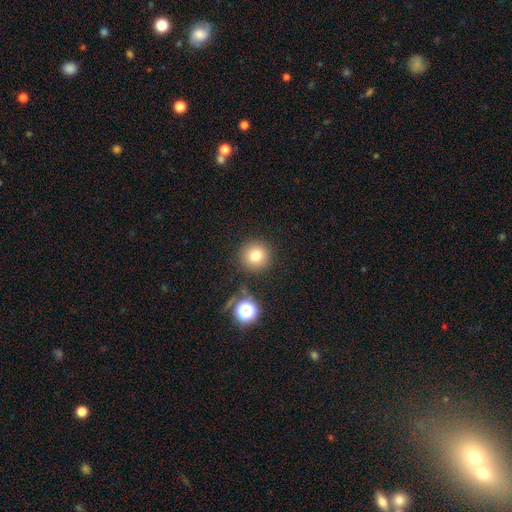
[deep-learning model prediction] This is likely a smooth galaxy (77%). How rounded: clearly round (94%). Merging: clearly none (86%).